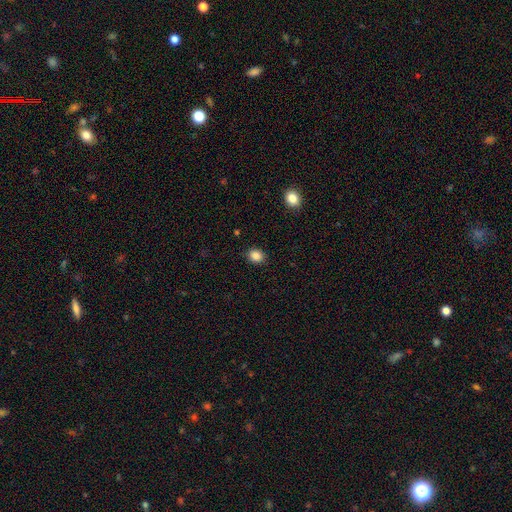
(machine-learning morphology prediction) A smooth galaxy with no disk features (86%) that is round (63%). Merging: none (88%).